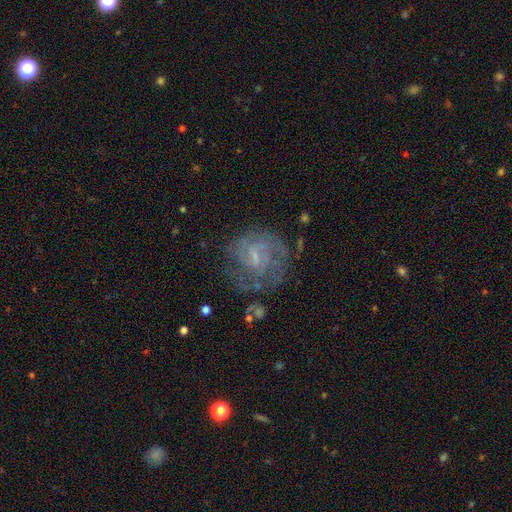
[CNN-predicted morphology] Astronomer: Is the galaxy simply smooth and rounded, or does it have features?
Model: featured or disk — 70%.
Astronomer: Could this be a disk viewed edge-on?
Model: no — 98%.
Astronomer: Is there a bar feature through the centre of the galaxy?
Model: weak — 52% (runner-up: no, 38%).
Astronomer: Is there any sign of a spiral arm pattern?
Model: yes — 82%.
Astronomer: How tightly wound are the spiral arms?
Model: tight — 53% (runner-up: medium, 35%).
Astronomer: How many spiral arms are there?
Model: can't tell — 45% (runner-up: 2, 26%).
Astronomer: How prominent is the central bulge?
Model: small — 56%.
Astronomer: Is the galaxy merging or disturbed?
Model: none — 64%.